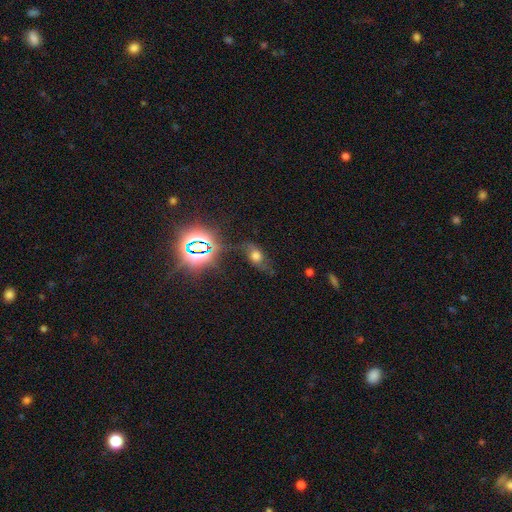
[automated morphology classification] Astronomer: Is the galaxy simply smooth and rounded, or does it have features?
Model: smooth — 40% (runner-up: featured or disk, 30%).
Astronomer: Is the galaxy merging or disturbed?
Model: none — 59%.